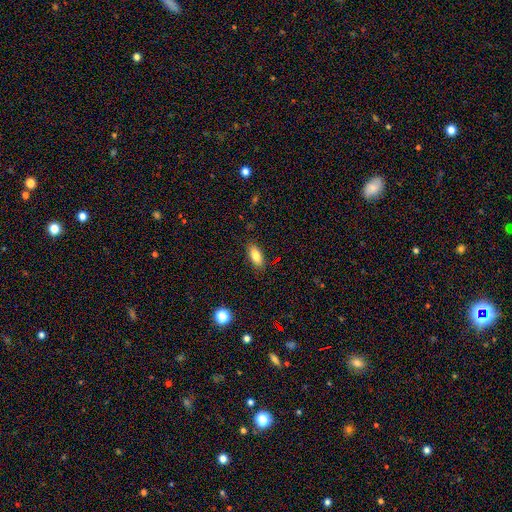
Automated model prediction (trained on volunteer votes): smooth-or-featured: smooth: 82% | featured or disk: 10% | star or artifact: 9%
  how-rounded: in between: 84% | cigar-shaped: 13% | round: 3%
  merging: none: 86% | minor disturbance: 10% | major disturbance: 2% | merger: 1%